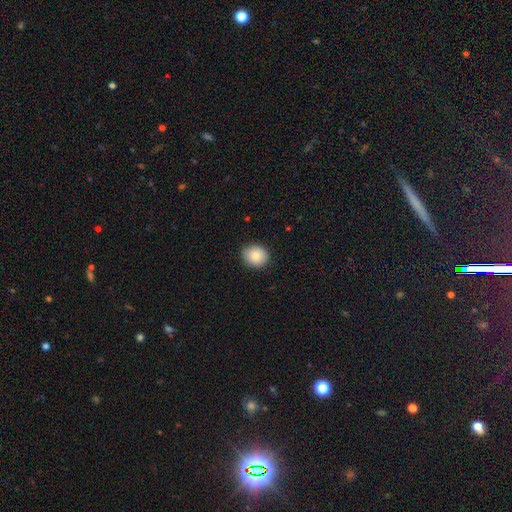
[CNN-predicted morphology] Q: Smooth or featured?
A: smooth (87%); runner-up: star or artifact (8%)
Q: How rounded?
A: round (68%); runner-up: in between (32%)
Q: Merging?
A: none (88%); runner-up: minor disturbance (9%)